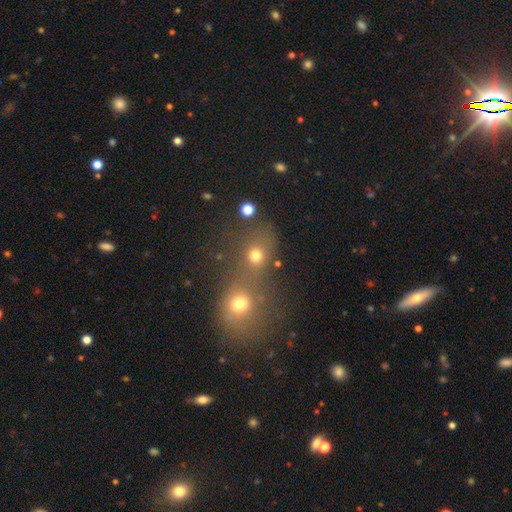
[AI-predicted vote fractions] Overall: smooth (73%). How rounded: round (75%). Merging: merger (54%; none 34%).